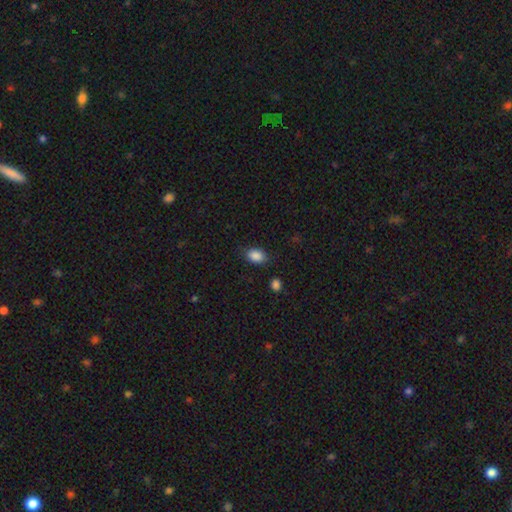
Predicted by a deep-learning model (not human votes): Smooth or featured? smooth (88%)
How rounded? in between (81%)
Merging? none (81%)